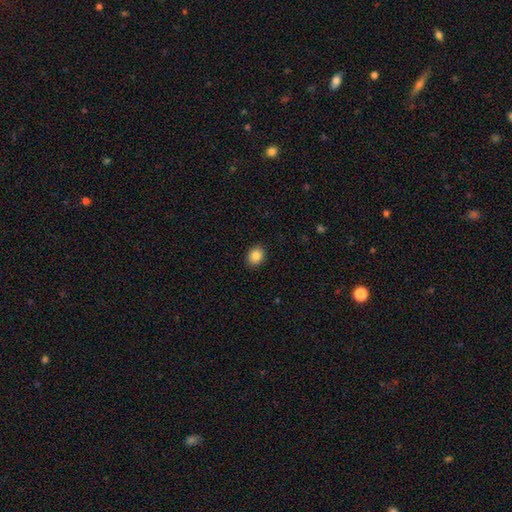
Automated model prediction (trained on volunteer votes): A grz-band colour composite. It shows a smooth galaxy with no disk features (86%) that is round (55%). Merging: none (91%).